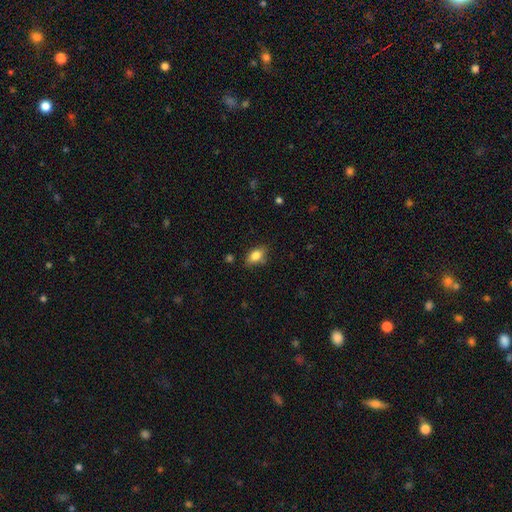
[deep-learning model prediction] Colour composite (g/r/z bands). It shows a smooth galaxy with no disk features (82%) that is in between round and cigar-shaped (86%). Merging: none (77%).